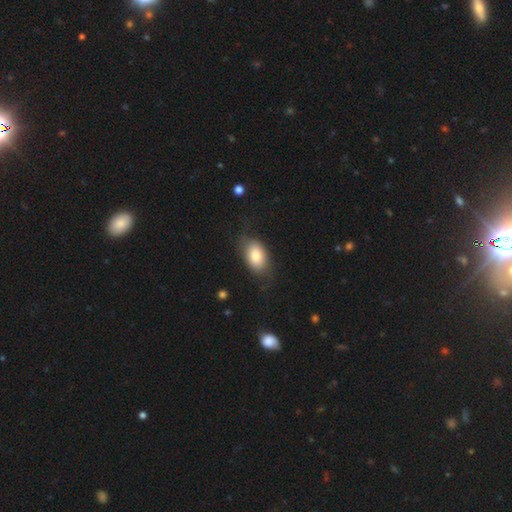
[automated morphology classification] smooth_or_featured: smooth (p=0.81) [alt: featured or disk p=0.12]
how_rounded: in between (p=0.89) [alt: round p=0.09]
merging: none (p=0.69) [alt: minor disturbance p=0.21]